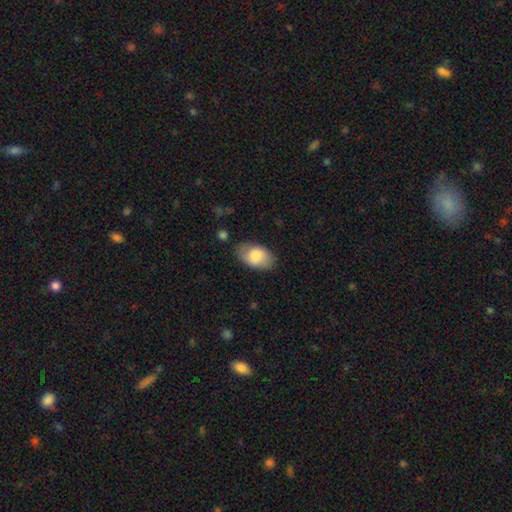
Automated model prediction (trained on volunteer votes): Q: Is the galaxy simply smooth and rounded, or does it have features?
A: smooth — 77%.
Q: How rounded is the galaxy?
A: in between — 92%.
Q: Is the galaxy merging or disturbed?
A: none — 76%.